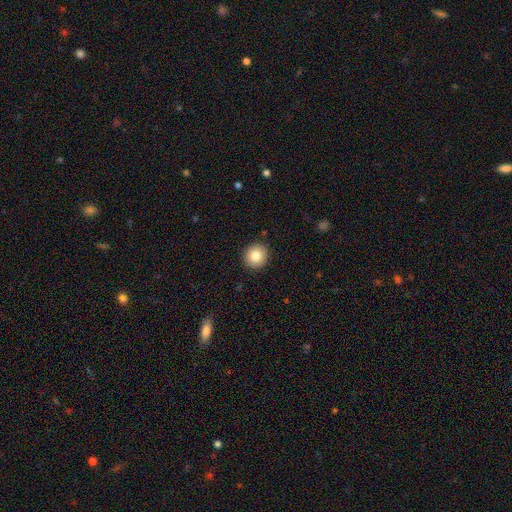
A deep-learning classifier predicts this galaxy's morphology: smooth_or_featured: smooth (p=0.83) [alt: star or artifact p=0.09]
how_rounded: round (p=0.92) [alt: in between p=0.07]
merging: none (p=0.92) [alt: minor disturbance p=0.06]